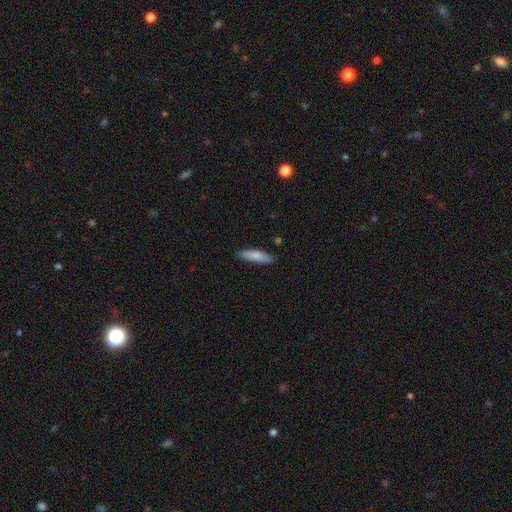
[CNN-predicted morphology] A smooth galaxy with no disk features (81%) that is cigar-shaped (67%). Merging: none (85%).